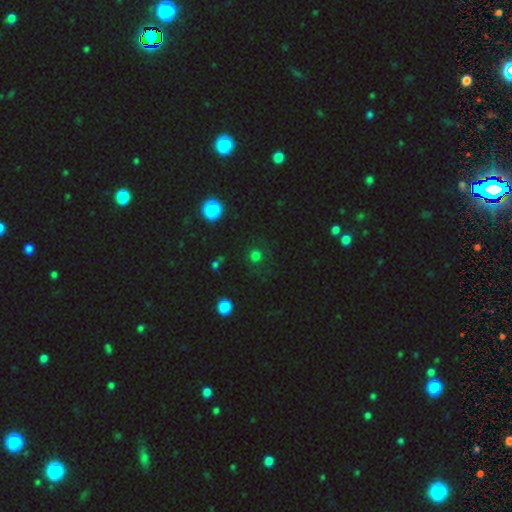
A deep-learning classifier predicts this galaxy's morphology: A smooth galaxy with no disk features (68%) that is round (90%).

Vote fractions:
- Smooth or featured? smooth: 68% / star or artifact: 25% / featured or disk: 7%
- How rounded? round: 90% / in between: 9% / cigar-shaped: 1%
- Merging? none: 80% / minor disturbance: 11% / major disturbance: 6% / merger: 3%